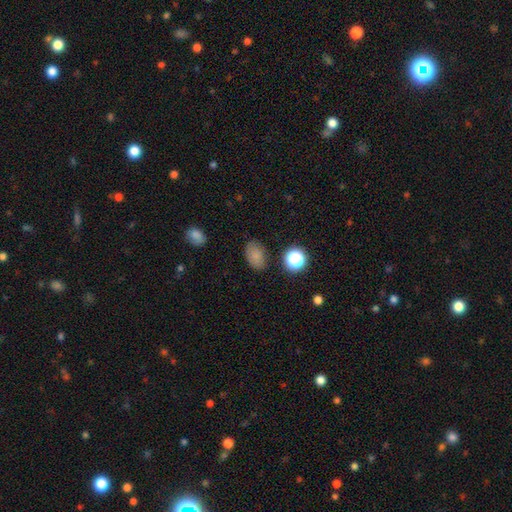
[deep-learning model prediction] Q: Smooth or featured?
A: smooth (79%); runner-up: star or artifact (13%)
Q: How rounded?
A: in between (81%); runner-up: round (17%)
Q: Merging?
A: none (79%); runner-up: minor disturbance (14%)